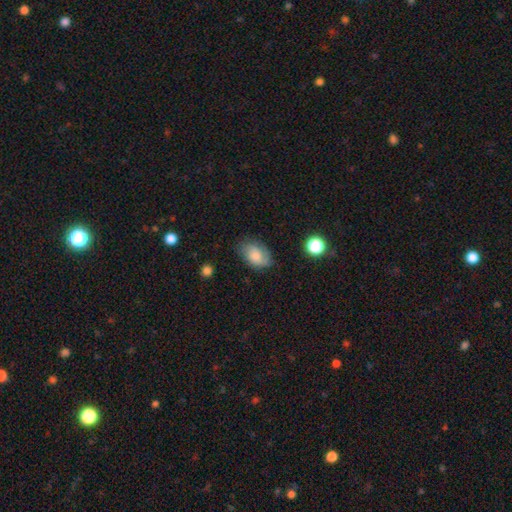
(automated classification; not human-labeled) A smooth galaxy with no disk features (64%) that is in between round and cigar-shaped (83%).

Vote fractions:
- Smooth or featured? smooth: 64% / featured or disk: 27% / star or artifact: 9%
- How rounded? in between: 83% / round: 16% / cigar-shaped: 1%
- Merging? none: 69% / minor disturbance: 24% / major disturbance: 6% / merger: 2%